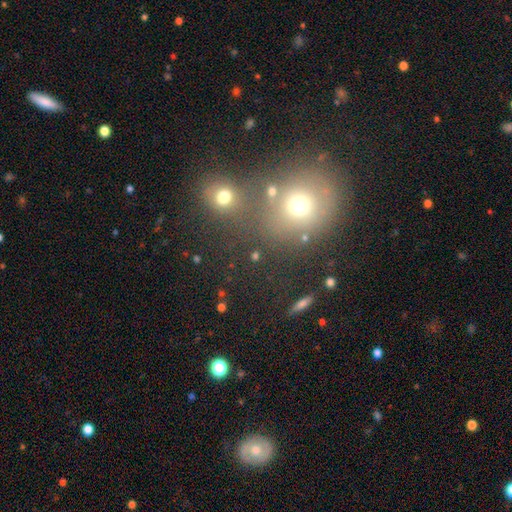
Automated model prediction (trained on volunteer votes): A smooth galaxy with no disk features (58%) that is round (80%). Merging: none (67%).